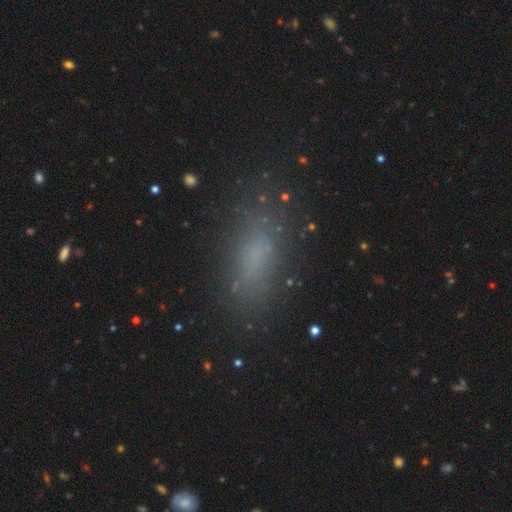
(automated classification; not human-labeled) Smooth or featured? smooth (71%)
How rounded? in between (76%)
Merging? none (80%)